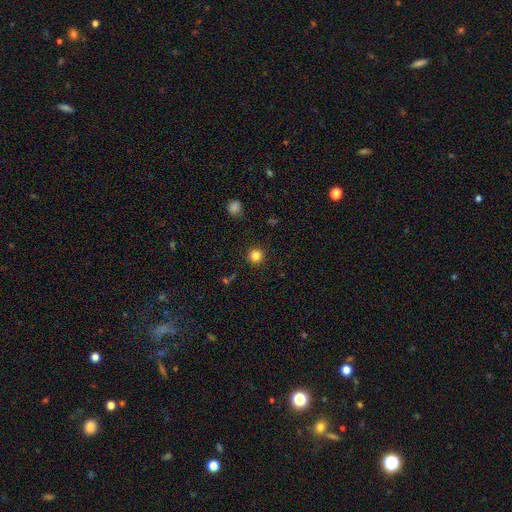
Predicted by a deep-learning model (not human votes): Q: Smooth or featured?
A: smooth (83%); runner-up: star or artifact (12%)
Q: How rounded?
A: round (96%); runner-up: in between (4%)
Q: Merging?
A: none (92%); runner-up: minor disturbance (5%)